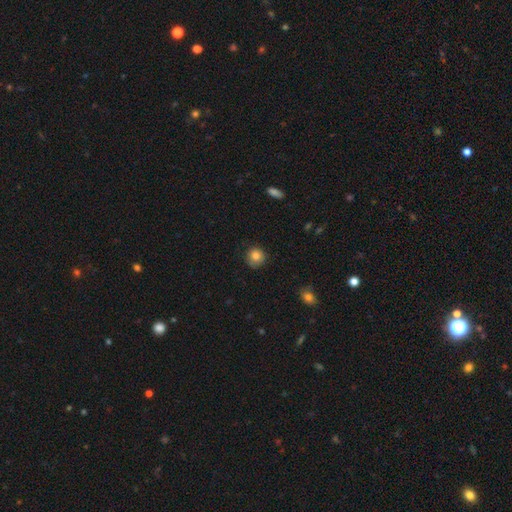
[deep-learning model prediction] Smooth or featured?
  - smooth: 82% *
  - star or artifact: 10%
  - featured or disk: 8%
How rounded?
  - round: 91% *
  - in between: 8%
  - cigar-shaped: 1%
Merging?
  - none: 80% *
  - minor disturbance: 16%
  - major disturbance: 3%
  - merger: 1%